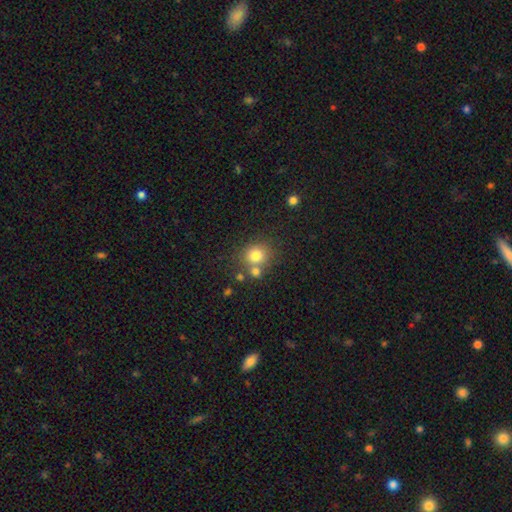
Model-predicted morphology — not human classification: smooth 77%, star or artifact 13%, featured or disk 10%. Down the decision tree: how rounded — round (84%); merging — none (62%).